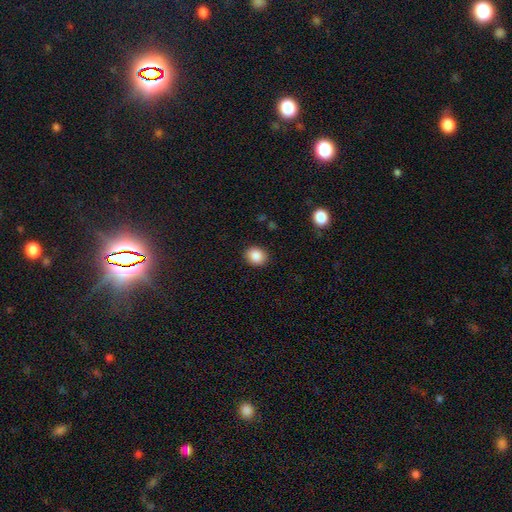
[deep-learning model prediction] The model was most divided on "how rounded": round: 56%, in between: 43%, cigar-shaped: 1%. More confident: merging — none (89%); smooth or featured — smooth (88%).